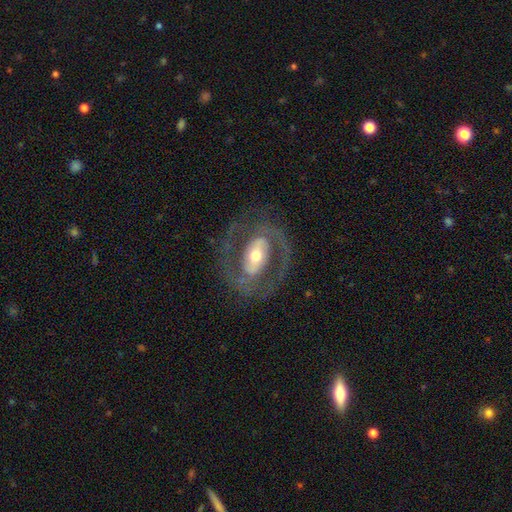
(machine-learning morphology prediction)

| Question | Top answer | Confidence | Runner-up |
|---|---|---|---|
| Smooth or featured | featured or disk | 83% | smooth (13%) |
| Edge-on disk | no | 95% | yes (5%) |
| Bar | strong | 43% | weak (31%) |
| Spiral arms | yes | 79% | no (21%) |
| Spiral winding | medium | 47% | tight (37%) |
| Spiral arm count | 2 | 84% | can't tell (8%) |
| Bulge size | moderate | 63% | small (22%) |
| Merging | none | 74% | minor disturbance (13%) |